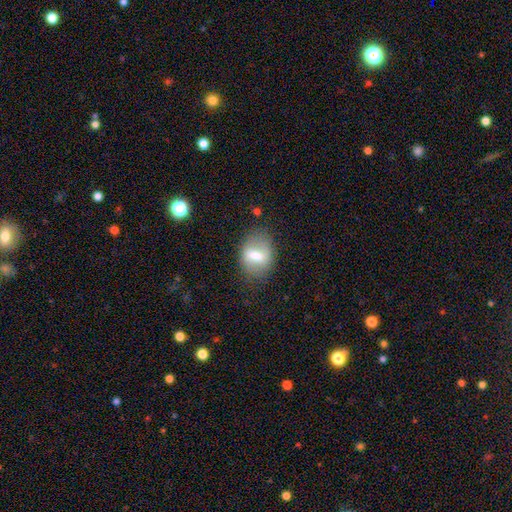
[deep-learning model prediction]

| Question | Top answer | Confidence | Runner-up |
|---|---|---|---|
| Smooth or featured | smooth | 56% | featured or disk (35%) |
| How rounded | in between | 67% | round (30%) |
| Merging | none | 69% | minor disturbance (19%) |